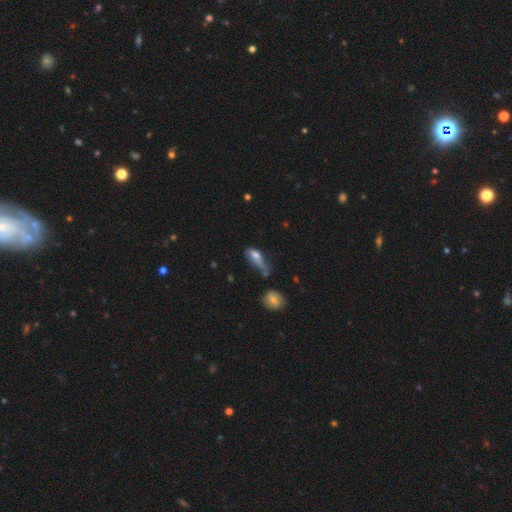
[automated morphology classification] Smooth or featured: smooth — 60% (featured or disk — 30%)
How rounded: in between — 69% (cigar-shaped — 25%)
Merging: major disturbance — 33% (minor disturbance — 26%)